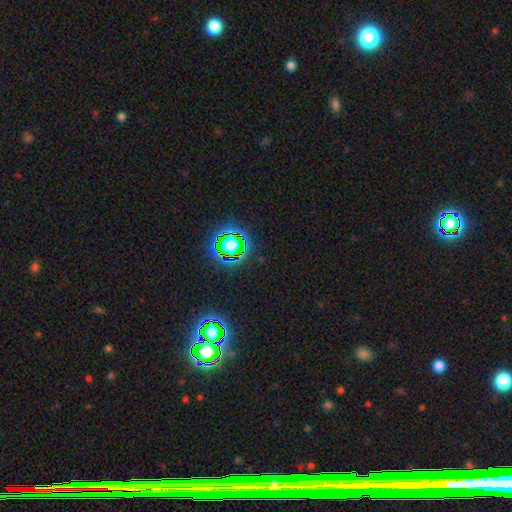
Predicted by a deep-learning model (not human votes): Smooth or featured?
  - star or artifact: 79% *
  - smooth: 13%
  - featured or disk: 8%